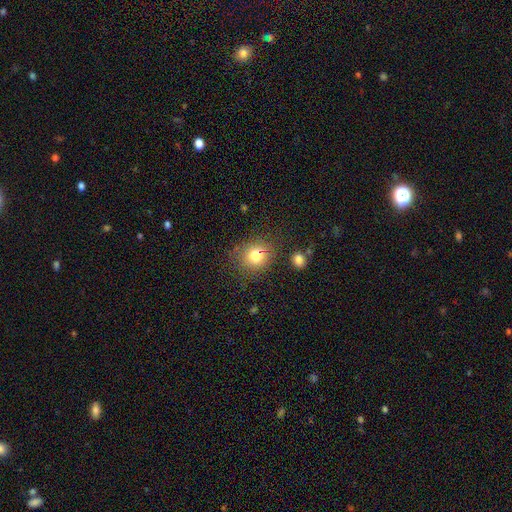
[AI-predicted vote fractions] The model was most divided on "how rounded": round: 76%, in between: 23%, cigar-shaped: 1%. More confident: smooth or featured — smooth (78%); merging — none (77%).